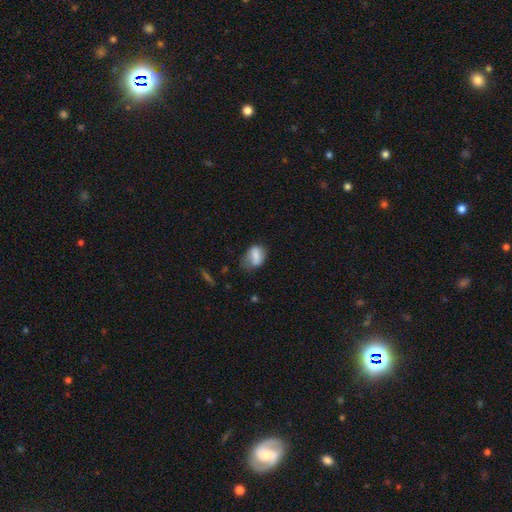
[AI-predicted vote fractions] The model was most divided on "merging": none: 50%, minor disturbance: 33%, major disturbance: 13%, merger: 4%. More confident: smooth or featured — smooth (74%); how rounded — in between (74%).